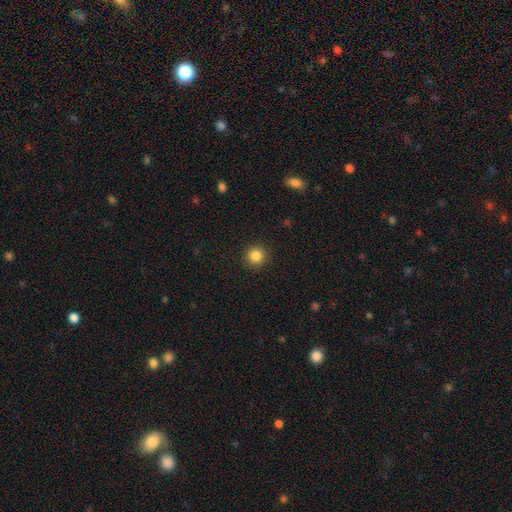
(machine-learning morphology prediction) Smooth or featured: smooth — 85% (star or artifact — 11%)
How rounded: round — 95% (in between — 4%)
Merging: none — 92% (minor disturbance — 5%)